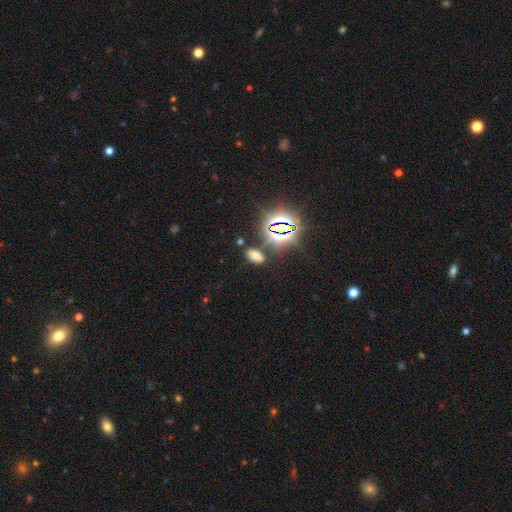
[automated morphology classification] Smooth or featured?
  - smooth: 58% *
  - star or artifact: 35%
  - featured or disk: 7%
How rounded?
  - in between: 88% *
  - cigar-shaped: 6%
  - round: 6%
Merging?
  - none: 76% *
  - minor disturbance: 12%
  - merger: 7%
  - major disturbance: 5%